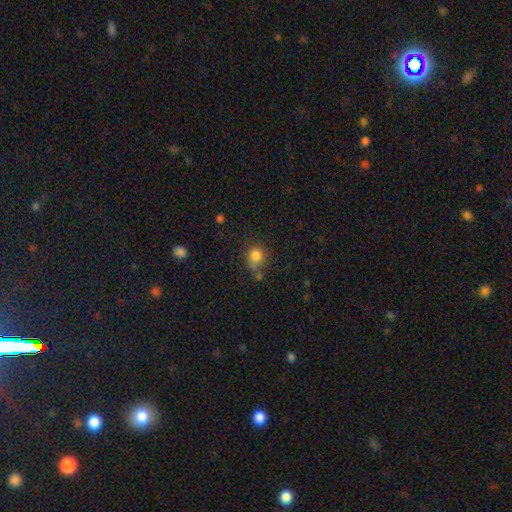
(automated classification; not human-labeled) Q: Smooth or featured?
A: smooth (82%); runner-up: star or artifact (12%)
Q: How rounded?
A: round (81%); runner-up: in between (18%)
Q: Merging?
A: none (58%); runner-up: minor disturbance (20%)